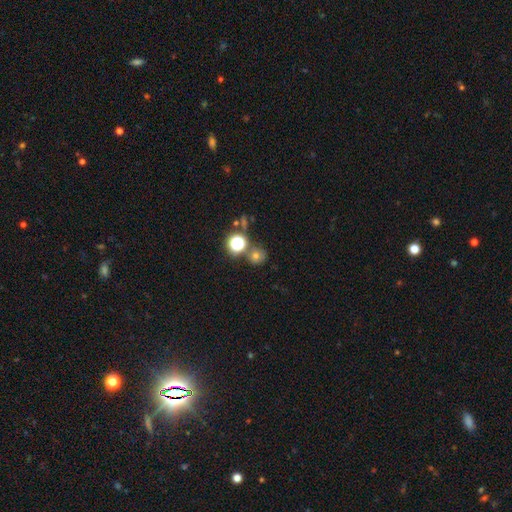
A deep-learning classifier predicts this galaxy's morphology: A smooth galaxy with no disk features (59%) that is round (88%).

Vote fractions:
- Smooth or featured? smooth: 59% / star or artifact: 31% / featured or disk: 10%
- How rounded? round: 88% / in between: 11% / cigar-shaped: 1%
- Merging? none: 69% / merger: 17% / minor disturbance: 10% / major disturbance: 5%